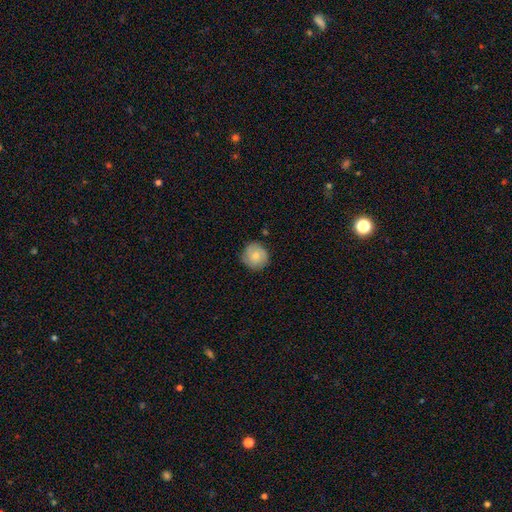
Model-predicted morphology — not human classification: type=smooth (76%); roundness=round (93%); merging=none (82%).